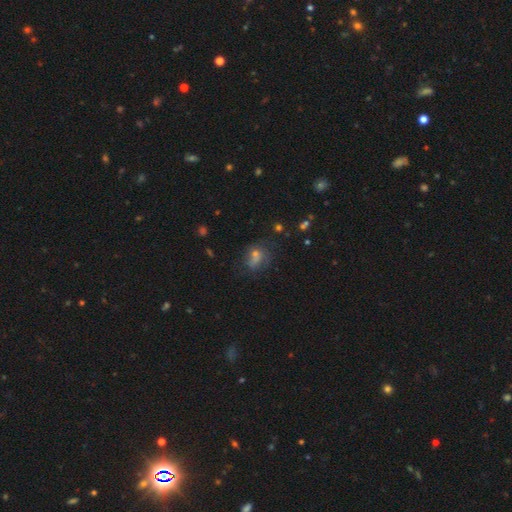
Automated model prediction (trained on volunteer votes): Q: Smooth or featured?
A: smooth (50%); runner-up: star or artifact (28%)
Q: How rounded?
A: round (51%); runner-up: in between (47%)
Q: Merging?
A: none (54%); runner-up: minor disturbance (22%)